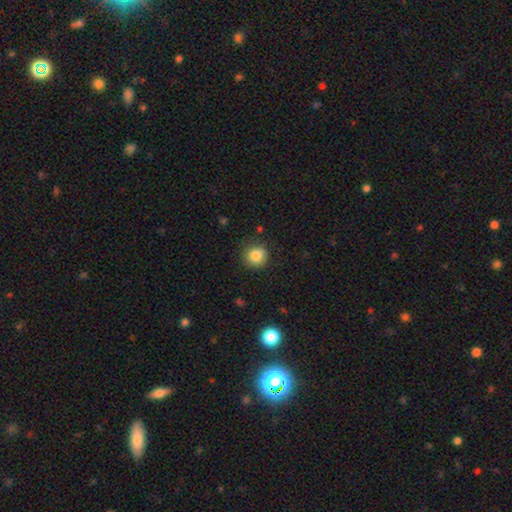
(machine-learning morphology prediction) smooth 84%, star or artifact 10%, featured or disk 6%. Down the decision tree: how rounded — round (89%); merging — none (84%).